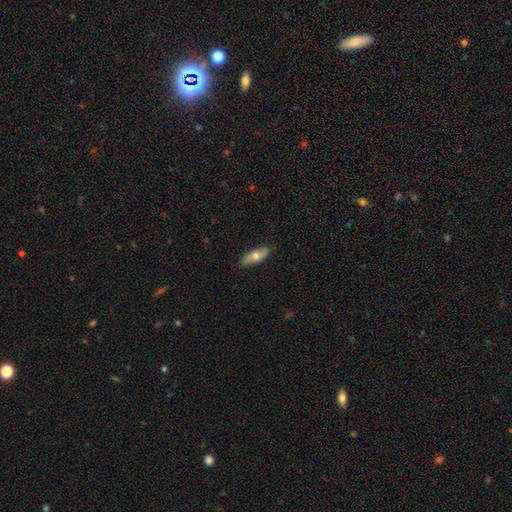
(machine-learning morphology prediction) smooth-or-featured: smooth: 64% | featured or disk: 30% | star or artifact: 6%
  how-rounded: in between: 68% | cigar-shaped: 29% | round: 3%
  merging: none: 86% | minor disturbance: 11% | major disturbance: 2% | merger: 1%